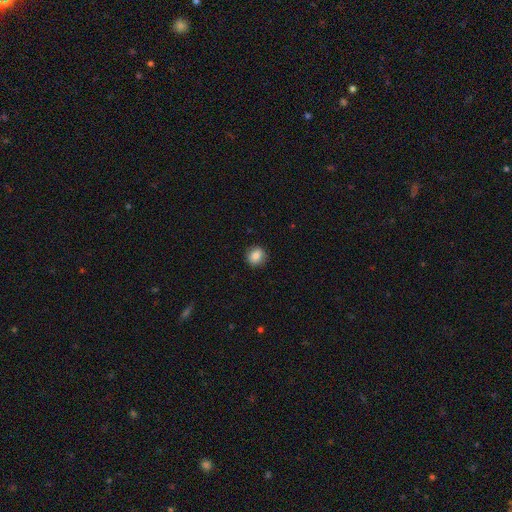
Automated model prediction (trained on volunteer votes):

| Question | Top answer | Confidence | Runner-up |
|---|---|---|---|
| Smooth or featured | smooth | 85% | star or artifact (9%) |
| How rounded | round | 88% | in between (11%) |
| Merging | none | 90% | minor disturbance (7%) |